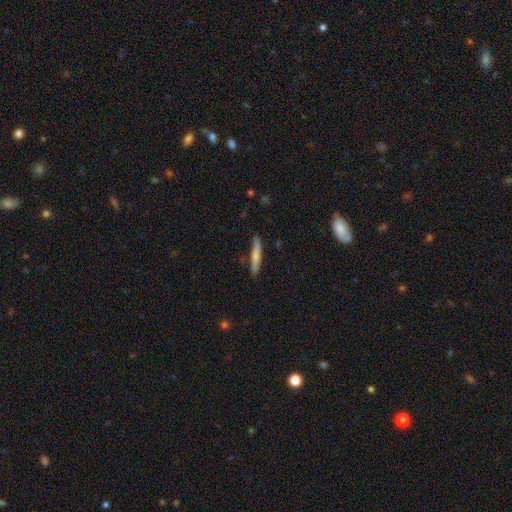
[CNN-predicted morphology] The model was most divided on "smooth or featured": smooth: 68%, featured or disk: 27%, star or artifact: 6%. More confident: how rounded — cigar-shaped (92%); merging — none (83%).